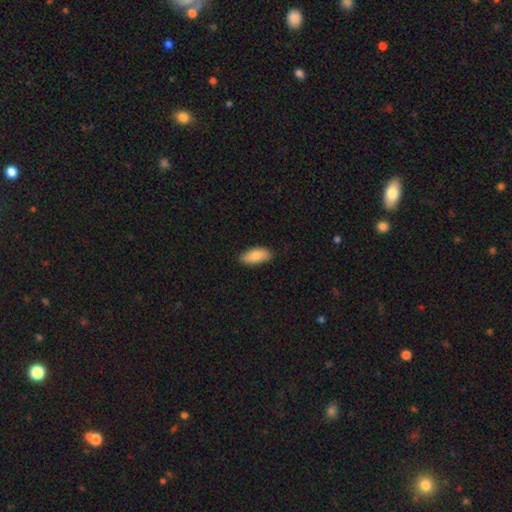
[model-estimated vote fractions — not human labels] smooth_or_featured: smooth (p=0.84) [alt: featured or disk p=0.10]
how_rounded: in between (p=0.88) [alt: cigar-shaped p=0.10]
merging: none (p=0.86) [alt: minor disturbance p=0.11]